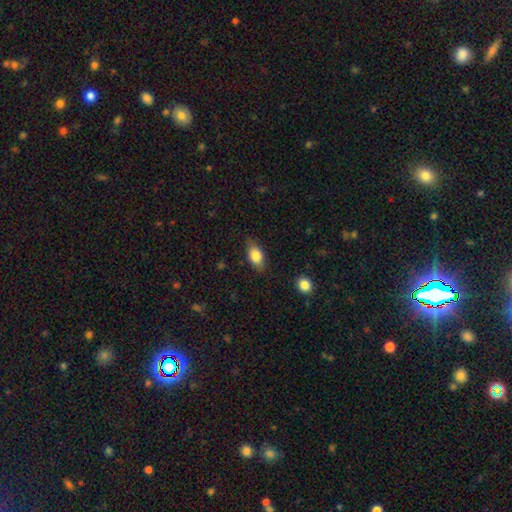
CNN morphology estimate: Smooth or featured? Predicted: smooth (p=0.80). How rounded? Predicted: in between (p=0.85). Merging? Predicted: none (p=0.80).